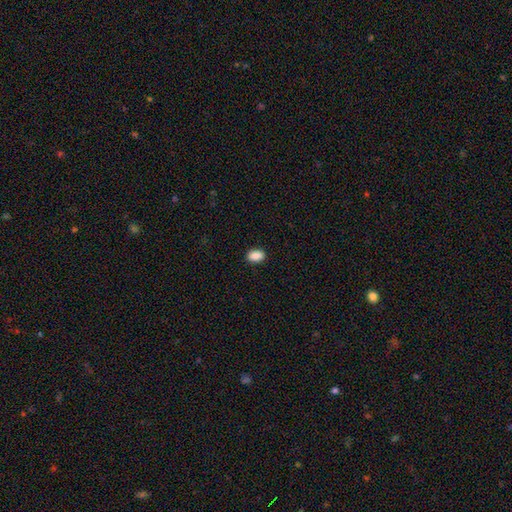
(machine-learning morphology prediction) Overall: smooth (89%). How rounded: in between (88%). Merging: none (89%).